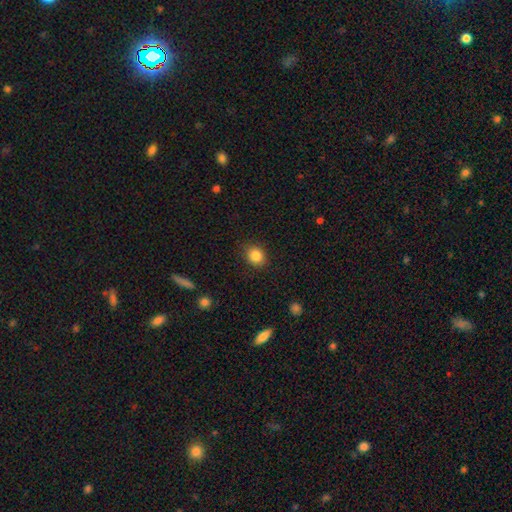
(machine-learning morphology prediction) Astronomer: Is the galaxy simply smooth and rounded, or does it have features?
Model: smooth — 86%.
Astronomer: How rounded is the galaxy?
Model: round — 73%.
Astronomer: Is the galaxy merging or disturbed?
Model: none — 87%.